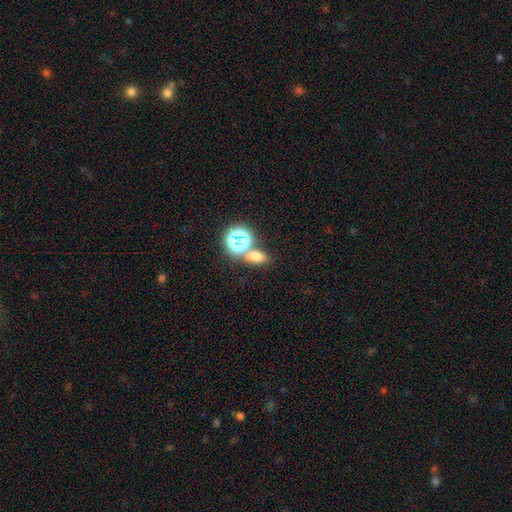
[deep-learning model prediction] Smooth or featured: smooth — 65% (star or artifact — 26%)
How rounded: in between — 64% (round — 34%)
Merging: none — 59% (merger — 27%)